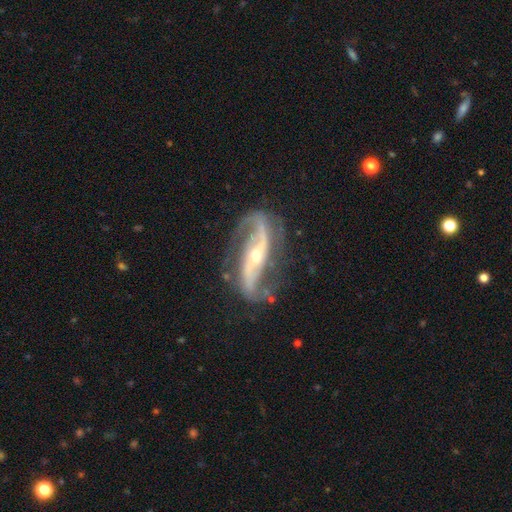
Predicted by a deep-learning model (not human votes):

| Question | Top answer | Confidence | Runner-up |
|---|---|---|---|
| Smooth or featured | featured or disk | 91% | star or artifact (5%) |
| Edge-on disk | no | 93% | yes (7%) |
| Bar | strong | 44% | no (29%) |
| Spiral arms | yes | 97% | no (3%) |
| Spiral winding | loose | 49% | medium (37%) |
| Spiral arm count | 2 | 92% | can't tell (2%) |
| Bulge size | small | 53% | moderate (42%) |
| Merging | none | 74% | minor disturbance (16%) |